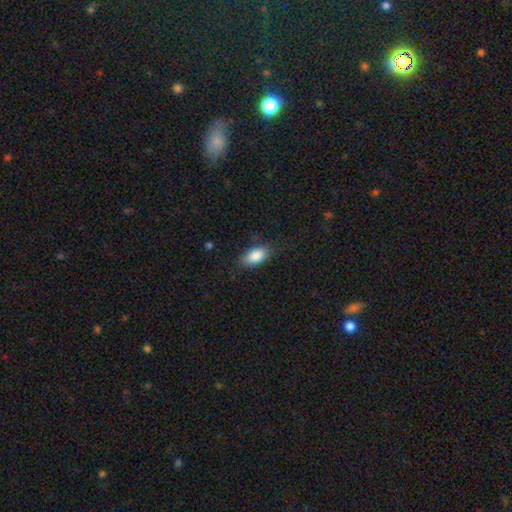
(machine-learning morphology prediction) smooth-or-featured: smooth: 86% | star or artifact: 7% | featured or disk: 7%
  how-rounded: in between: 91% | cigar-shaped: 5% | round: 4%
  merging: none: 79% | minor disturbance: 16% | major disturbance: 4% | merger: 1%